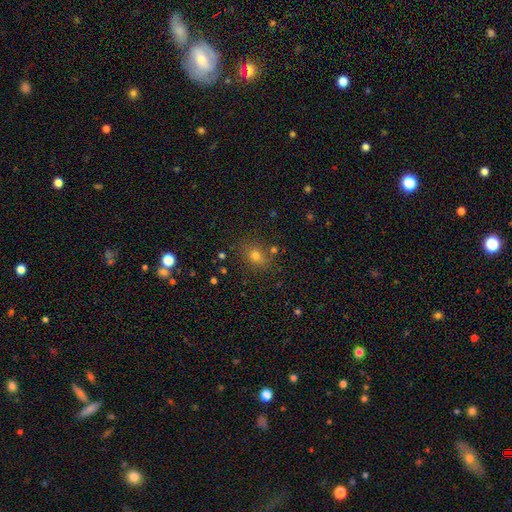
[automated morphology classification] Smooth or featured?
  - smooth: 69% *
  - star or artifact: 21%
  - featured or disk: 10%
How rounded?
  - round: 57% *
  - in between: 41%
  - cigar-shaped: 1%
Merging?
  - none: 79% *
  - minor disturbance: 12%
  - merger: 6%
  - major disturbance: 4%